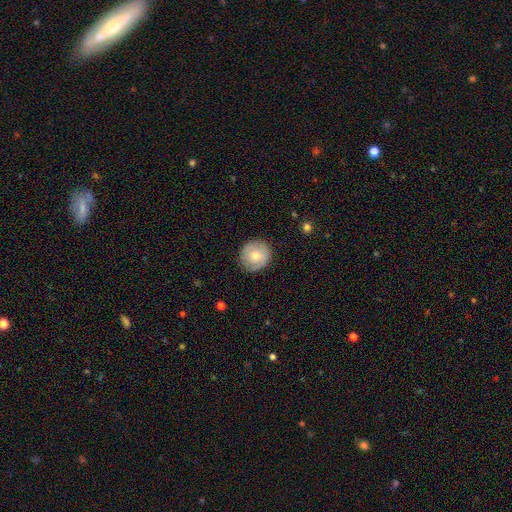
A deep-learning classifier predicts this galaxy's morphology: smooth 70%, featured or disk 23%, star or artifact 7%. Down the decision tree: how rounded — round (90%); merging — none (86%).